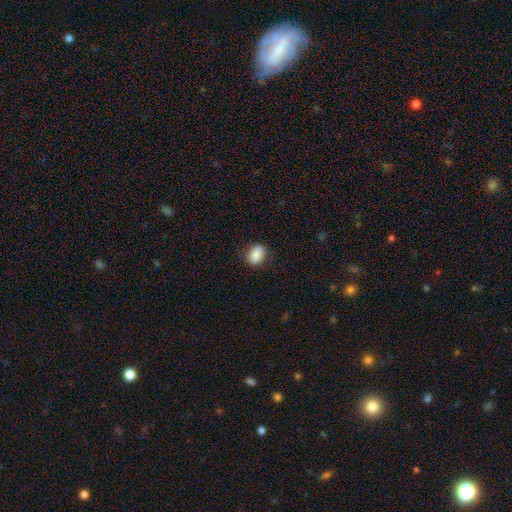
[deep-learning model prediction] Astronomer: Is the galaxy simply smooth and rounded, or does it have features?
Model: smooth — 85%.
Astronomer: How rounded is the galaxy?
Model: in between — 64%.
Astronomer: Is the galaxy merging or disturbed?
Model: none — 80%.